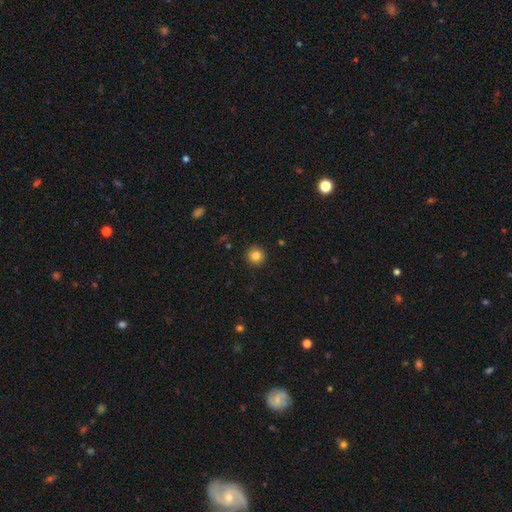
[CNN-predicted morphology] Smooth or featured? smooth (84%)
How rounded? round (95%)
Merging? none (93%)